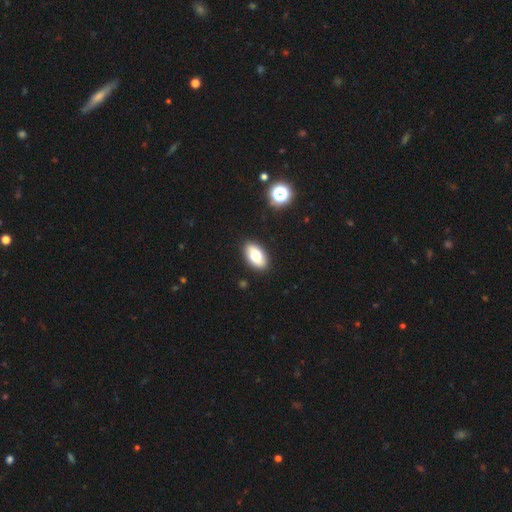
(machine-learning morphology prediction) Overall: smooth (72%). How rounded: in between (92%). Merging: none (90%).